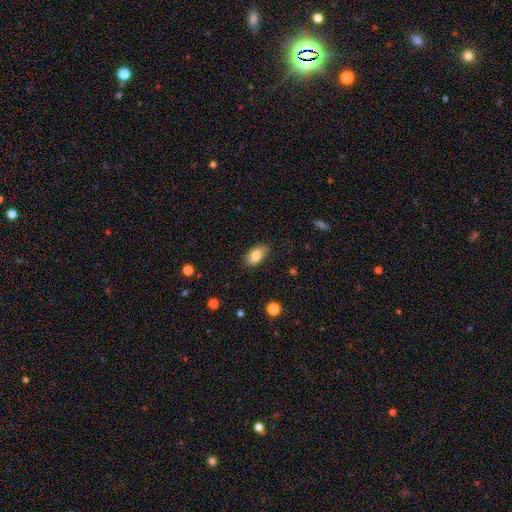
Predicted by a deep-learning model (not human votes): A smooth galaxy with no disk features (82%) that is in between round and cigar-shaped (91%). Merging: none (79%).